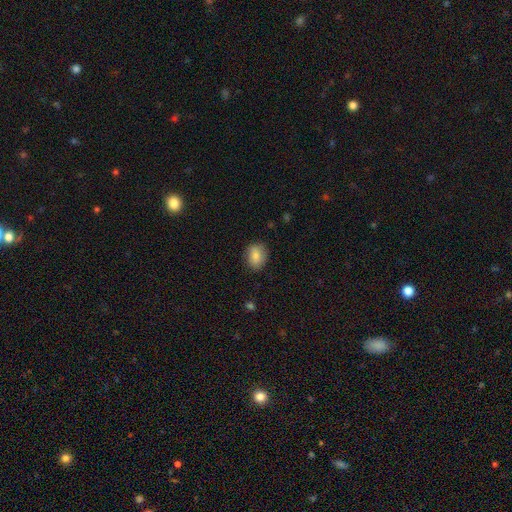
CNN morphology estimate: This appears to be a smooth galaxy with no disk features (83%) that is in between round and cigar-shaped (58%). Merging: none (82%).